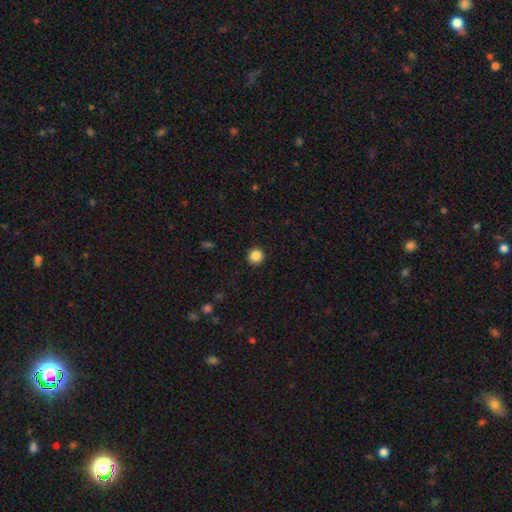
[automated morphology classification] type=smooth (86%); roundness=round (95%); merging=none (93%).